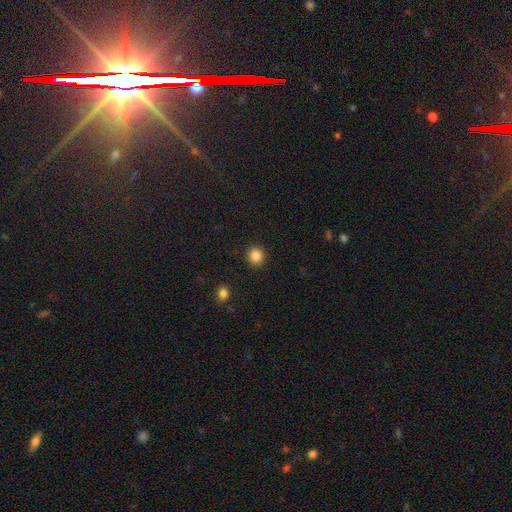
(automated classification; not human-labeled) A smooth galaxy with no disk features (86%) that is round (92%).

Vote fractions:
- Smooth or featured? smooth: 86% / star or artifact: 10% / featured or disk: 4%
- How rounded? round: 92% / in between: 7% / cigar-shaped: 1%
- Merging? none: 92% / minor disturbance: 5% / major disturbance: 2% / merger: 1%